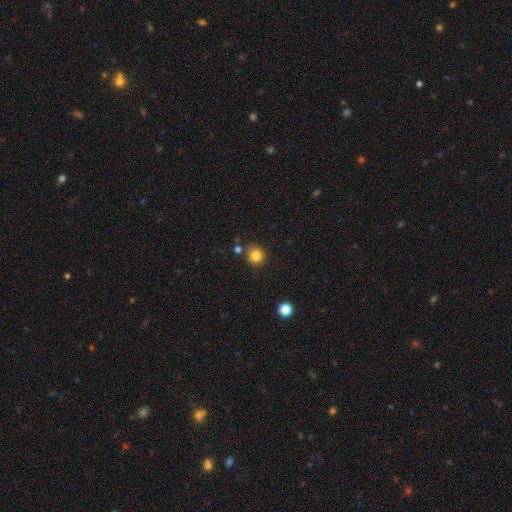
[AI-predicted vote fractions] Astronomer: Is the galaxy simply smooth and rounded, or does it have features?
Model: smooth — 83%.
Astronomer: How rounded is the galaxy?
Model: round — 91%.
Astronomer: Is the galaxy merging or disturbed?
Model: none — 79%.